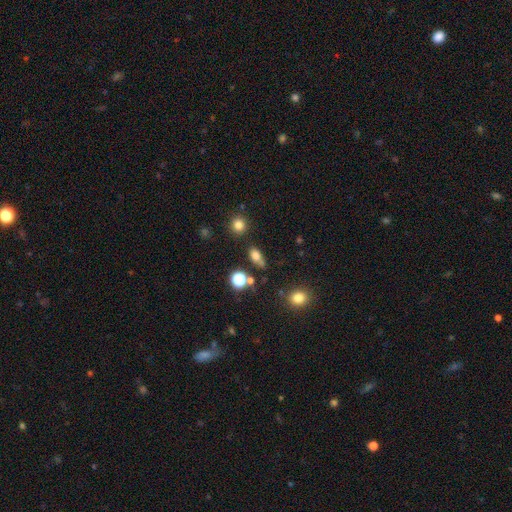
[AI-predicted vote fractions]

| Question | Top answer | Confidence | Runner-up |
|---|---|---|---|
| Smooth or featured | smooth | 73% | star or artifact (17%) |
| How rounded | in between | 72% | round (21%) |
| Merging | none | 57% | minor disturbance (22%) |